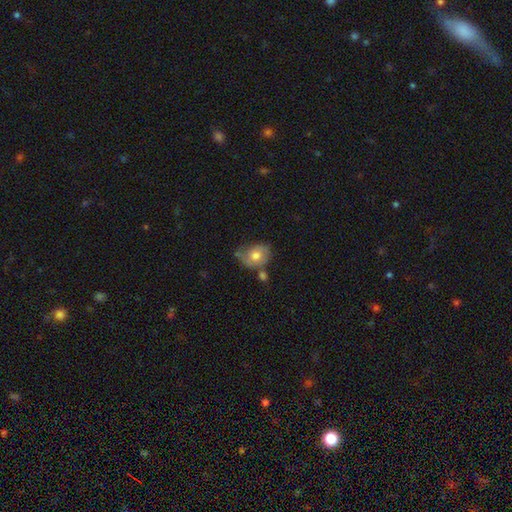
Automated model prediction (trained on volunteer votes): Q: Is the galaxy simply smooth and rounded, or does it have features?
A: smooth — 67%.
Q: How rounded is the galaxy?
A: in between — 55%.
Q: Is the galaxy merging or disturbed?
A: none — 43%.